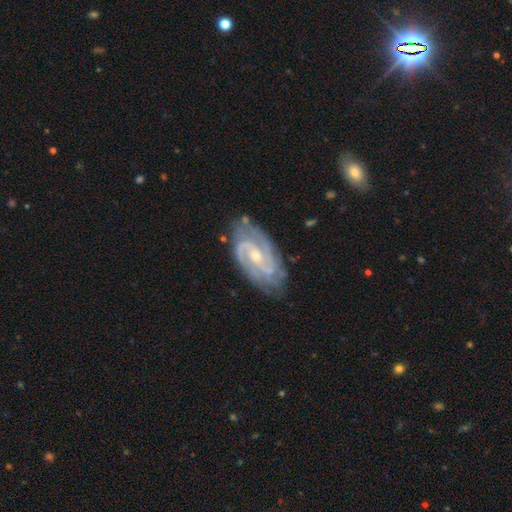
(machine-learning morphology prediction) A featured or disk galaxy (91%) with no bar (44%), 2 (59%) tight (50%) spiral arms (98%) and a small central bulge (62%). Merging: none (76%).